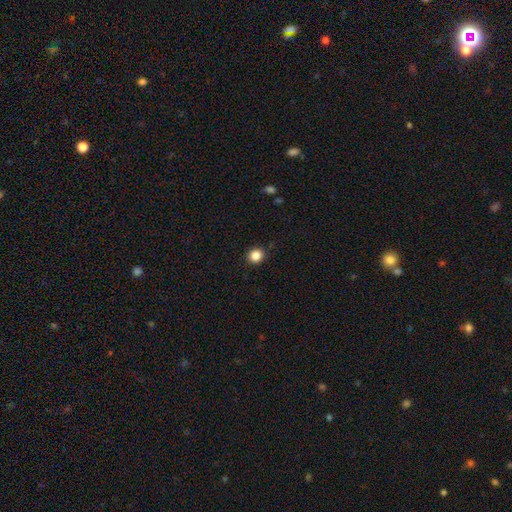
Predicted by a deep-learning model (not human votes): smooth 85%, star or artifact 11%, featured or disk 4%. Down the decision tree: how rounded — round (85%); merging — none (90%).